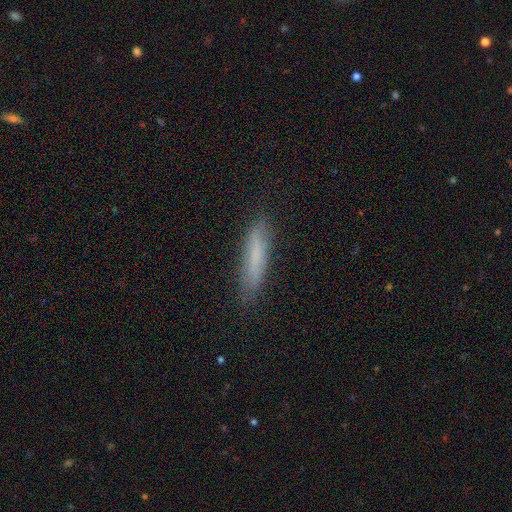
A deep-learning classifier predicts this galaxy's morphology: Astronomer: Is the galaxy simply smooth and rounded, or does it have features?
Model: smooth — 70%.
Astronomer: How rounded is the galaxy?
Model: cigar-shaped — 86%.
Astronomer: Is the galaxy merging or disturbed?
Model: none — 83%.